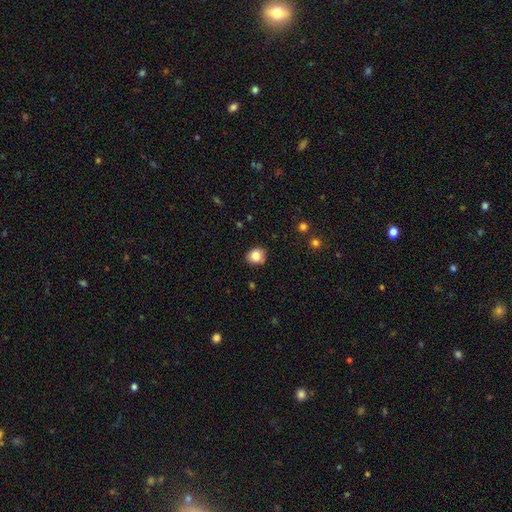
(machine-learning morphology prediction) Smooth or featured? smooth (84%)
How rounded? round (70%)
Merging? none (81%)